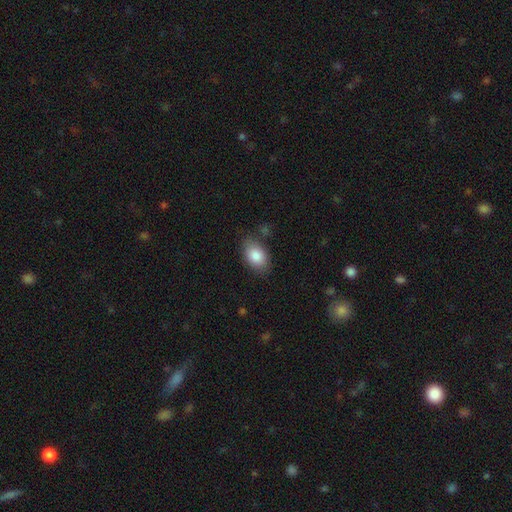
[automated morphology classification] Smooth or featured?
  - smooth: 85% *
  - featured or disk: 8%
  - star or artifact: 7%
How rounded?
  - in between: 88% *
  - round: 11%
  - cigar-shaped: 1%
Merging?
  - none: 78% *
  - minor disturbance: 15%
  - major disturbance: 4%
  - merger: 3%